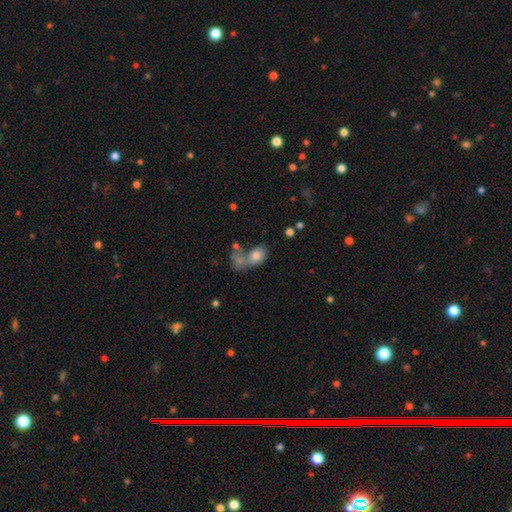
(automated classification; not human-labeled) Overall: smooth (74%). How rounded: in between (77%). Merging: merger (49%; none 23%).